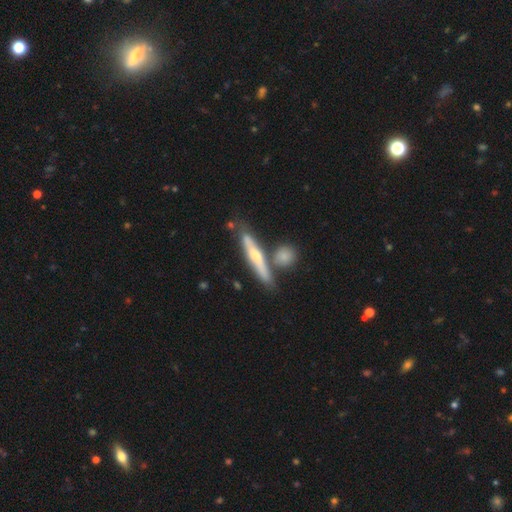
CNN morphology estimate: Overall: featured or disk (59%; smooth 35%). Edge-on disk: yes (89%). Edge-on bulge: rounded (78%). Merging: none (66%).